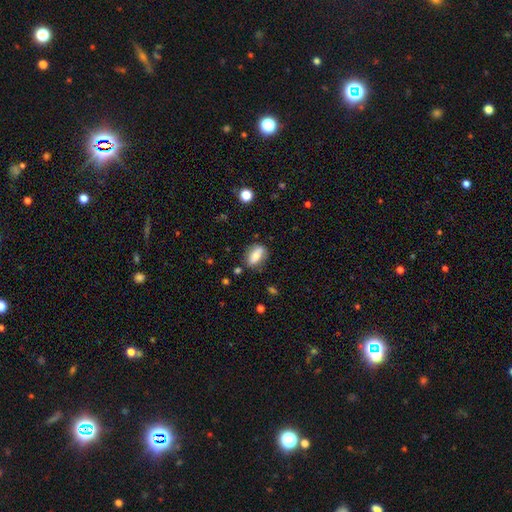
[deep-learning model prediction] The model was most divided on "smooth or featured": smooth: 67%, featured or disk: 25%, star or artifact: 8%. More confident: how rounded — in between (80%); merging — none (75%).